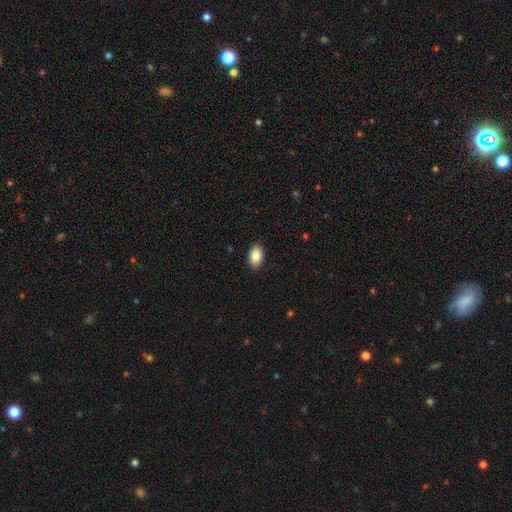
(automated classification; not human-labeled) Smooth or featured? Predicted: smooth (p=0.87). How rounded? Predicted: in between (p=0.90). Merging? Predicted: none (p=0.89).